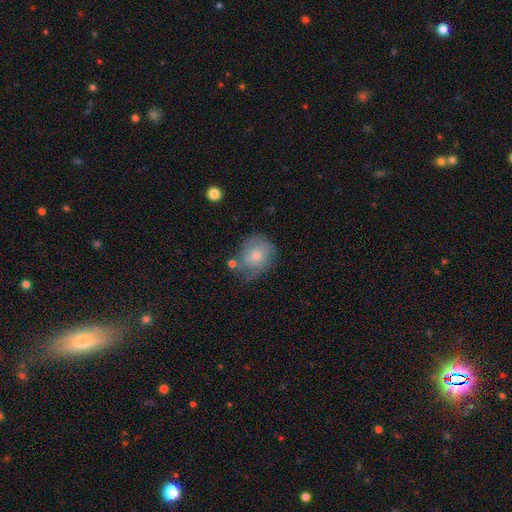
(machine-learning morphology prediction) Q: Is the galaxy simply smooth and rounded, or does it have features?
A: smooth — 63%.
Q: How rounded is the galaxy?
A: round — 64%.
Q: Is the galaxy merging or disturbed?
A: none — 54%.